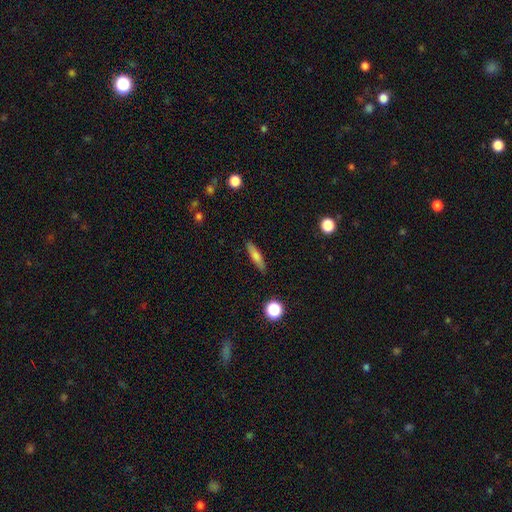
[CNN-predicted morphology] A smooth galaxy with no disk features (70%) that is cigar-shaped (78%).

Vote fractions:
- Smooth or featured? smooth: 70% / featured or disk: 22% / star or artifact: 8%
- How rounded? cigar-shaped: 78% / in between: 19% / round: 3%
- Merging? none: 88% / minor disturbance: 8% / major disturbance: 2% / merger: 1%